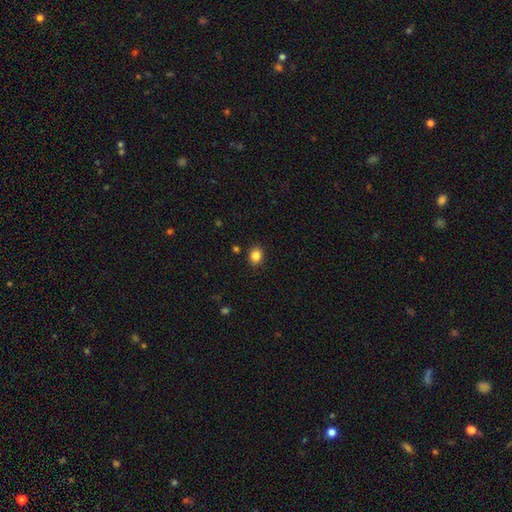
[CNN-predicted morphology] A smooth galaxy with no disk features (85%) that is round (61%).

Vote fractions:
- Smooth or featured? smooth: 85% / star or artifact: 11% / featured or disk: 4%
- How rounded? round: 61% / in between: 38% / cigar-shaped: 1%
- Merging? none: 89% / minor disturbance: 7% / major disturbance: 2% / merger: 2%